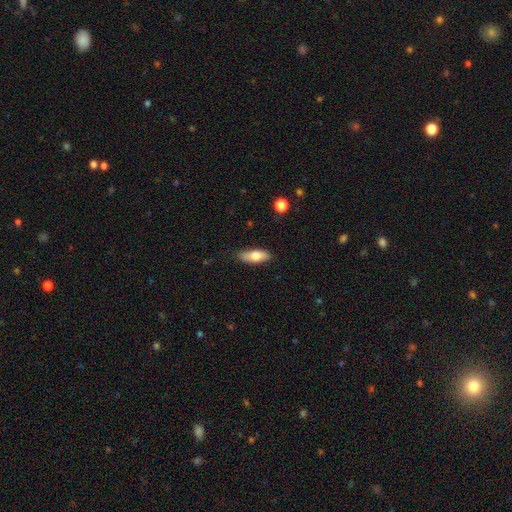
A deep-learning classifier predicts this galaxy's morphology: Overall: smooth (71%). How rounded: in between (70%). Merging: none (84%).